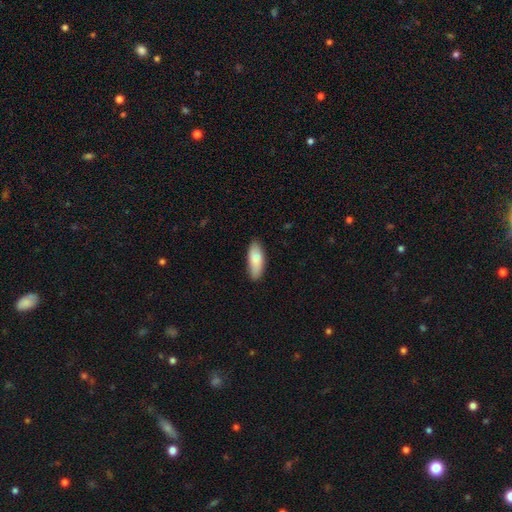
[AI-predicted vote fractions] Q: Smooth or featured?
A: smooth (83%); runner-up: featured or disk (11%)
Q: How rounded?
A: in between (74%); runner-up: cigar-shaped (24%)
Q: Merging?
A: none (85%); runner-up: minor disturbance (12%)